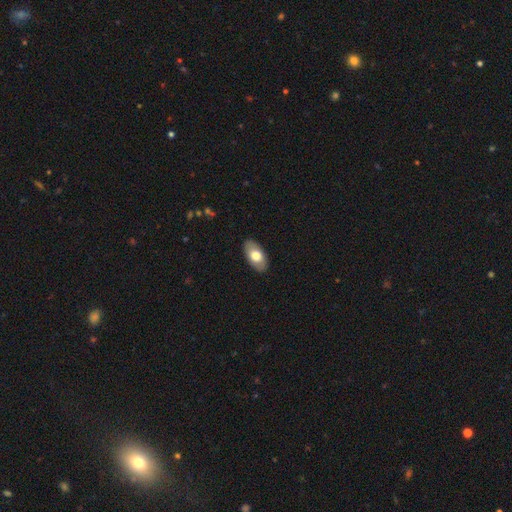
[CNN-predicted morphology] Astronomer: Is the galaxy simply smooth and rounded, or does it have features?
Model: smooth — 69%.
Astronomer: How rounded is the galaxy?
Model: in between — 95%.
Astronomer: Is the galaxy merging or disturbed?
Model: none — 88%.